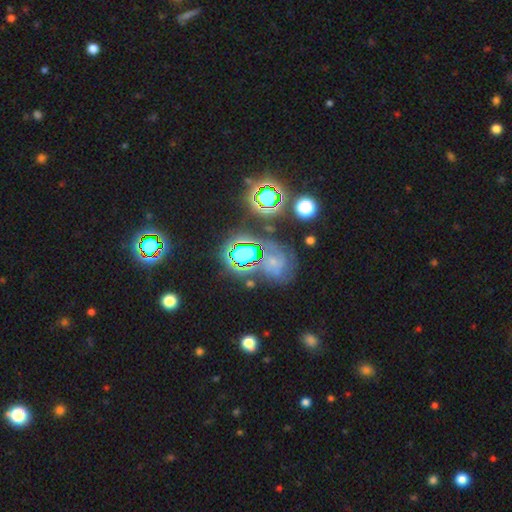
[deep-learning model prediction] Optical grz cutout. It shows a star or artifact, not a galaxy (71%).